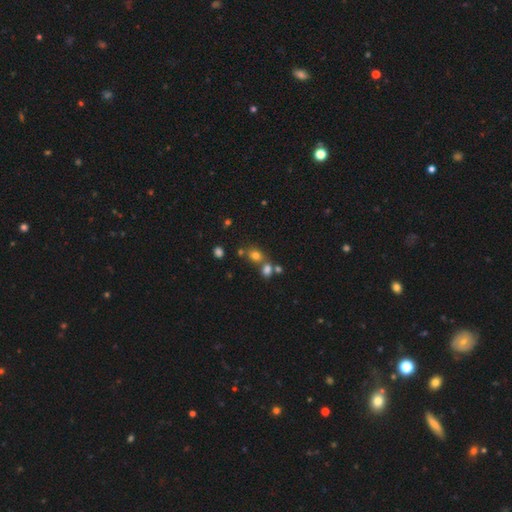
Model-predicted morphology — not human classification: type=smooth (72%); roundness=round (61%); merging=none (55%).